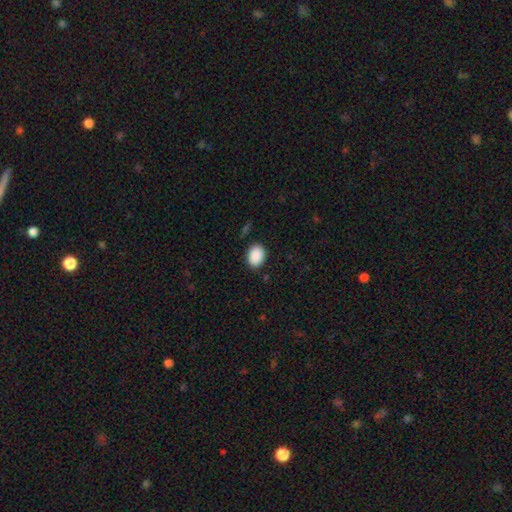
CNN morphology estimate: This is clearly a smooth galaxy (90%). How rounded: likely in between (70%). Merging: clearly none (85%).